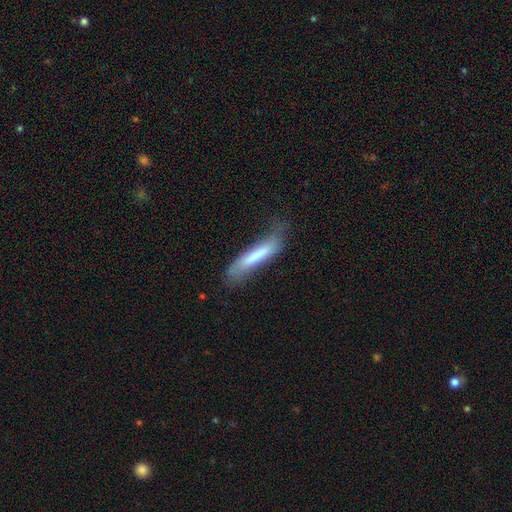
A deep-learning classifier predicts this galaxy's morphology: smooth 67%, featured or disk 26%, star or artifact 7%. Down the decision tree: how rounded — cigar-shaped (87%); merging — none (49%).